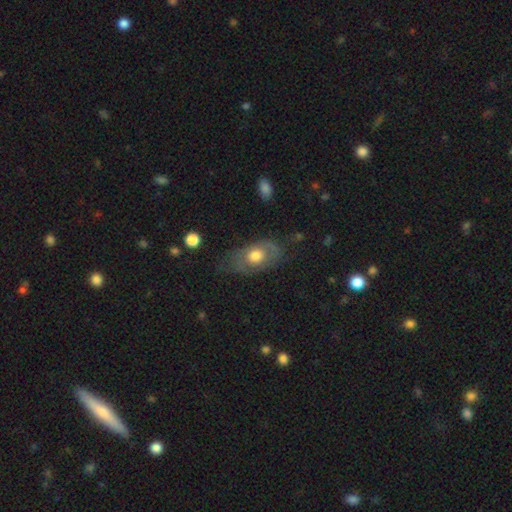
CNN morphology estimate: Overall: smooth (50%; featured or disk 43%). Merging: none (58%; minor disturbance 24%).